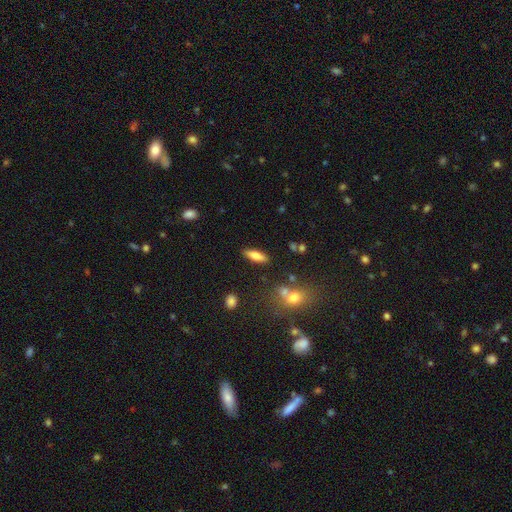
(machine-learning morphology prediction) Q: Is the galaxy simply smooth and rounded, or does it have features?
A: smooth — 69%.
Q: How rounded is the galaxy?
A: in between — 56%.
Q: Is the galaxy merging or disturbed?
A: none — 85%.